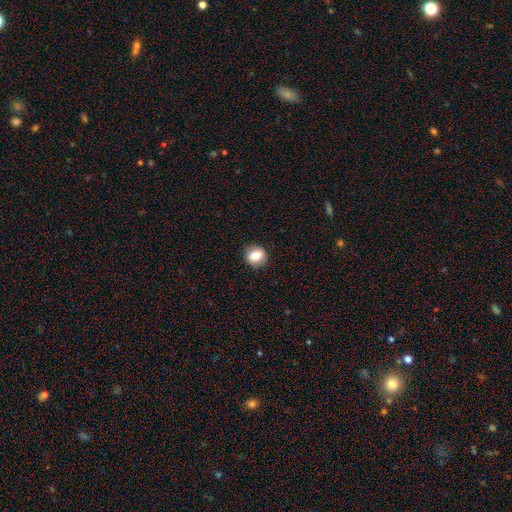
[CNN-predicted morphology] Smooth or featured? Predicted: smooth (p=0.81). How rounded? Predicted: round (p=0.78). Merging? Predicted: none (p=0.88).